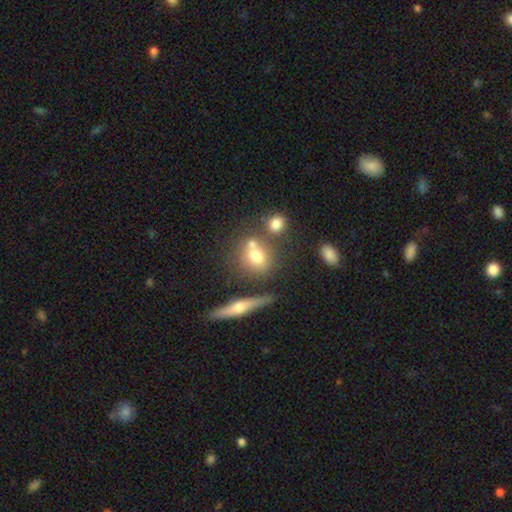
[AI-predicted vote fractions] A smooth galaxy with no disk features (68%) that is round (64%). Merging: none (52%).